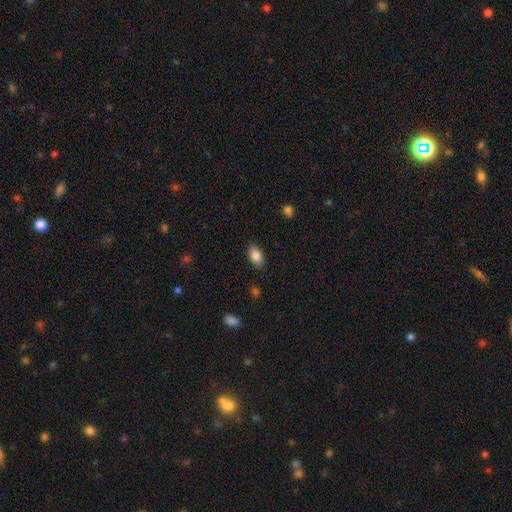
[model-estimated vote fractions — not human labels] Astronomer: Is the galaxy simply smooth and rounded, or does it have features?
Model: smooth — 84%.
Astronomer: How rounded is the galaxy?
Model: in between — 91%.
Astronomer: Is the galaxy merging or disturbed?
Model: none — 86%.